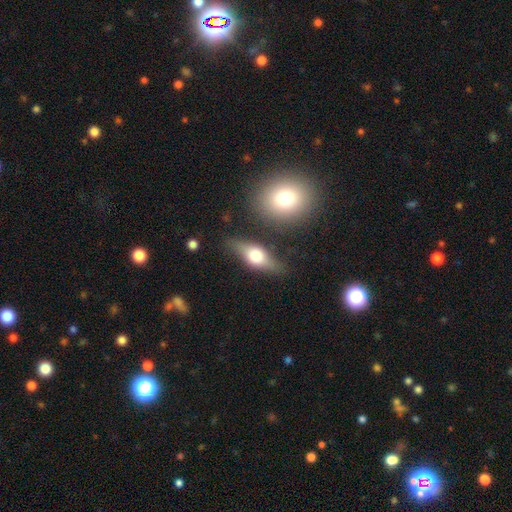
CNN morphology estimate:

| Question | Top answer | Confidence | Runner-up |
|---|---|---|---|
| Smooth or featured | smooth | 53% | featured or disk (40%) |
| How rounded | in between | 68% | cigar-shaped (24%) |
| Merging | none | 75% | minor disturbance (15%) |